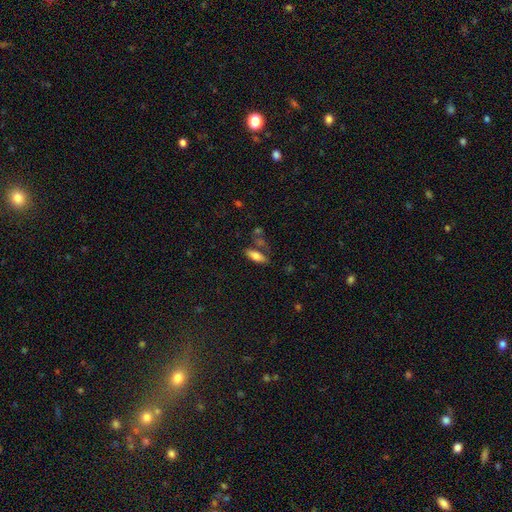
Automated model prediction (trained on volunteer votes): Overall: smooth (74%). How rounded: in between (70%). Merging: none (64%).